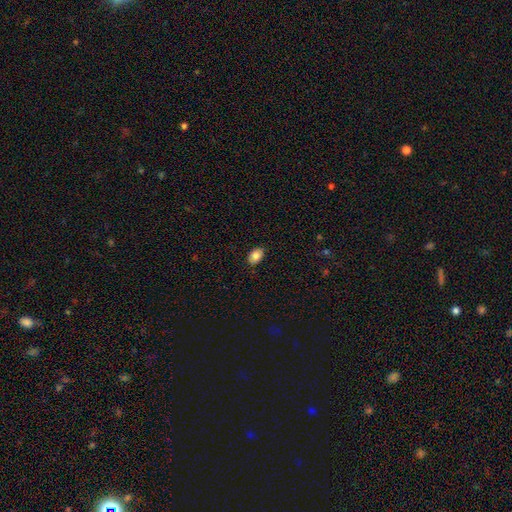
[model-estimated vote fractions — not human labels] The model was most divided on "smooth or featured": smooth: 82%, featured or disk: 10%, star or artifact: 8%. More confident: merging — none (86%); how rounded — in between (86%).